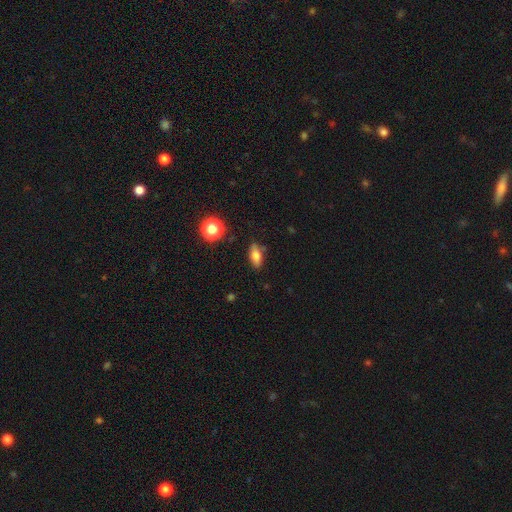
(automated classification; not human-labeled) Smooth or featured: smooth — 71% (featured or disk — 19%)
How rounded: in between — 75% (cigar-shaped — 19%)
Merging: none — 82% (minor disturbance — 13%)